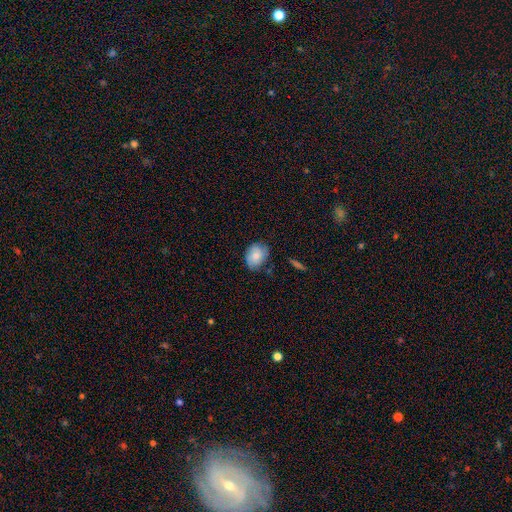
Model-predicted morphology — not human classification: A smooth galaxy with no disk features (73%) that is in between round and cigar-shaped (58%).

Vote fractions:
- Smooth or featured? smooth: 73% / featured or disk: 20% / star or artifact: 7%
- How rounded? in between: 58% / round: 40% / cigar-shaped: 1%
- Merging? none: 64% / minor disturbance: 27% / major disturbance: 6% / merger: 2%